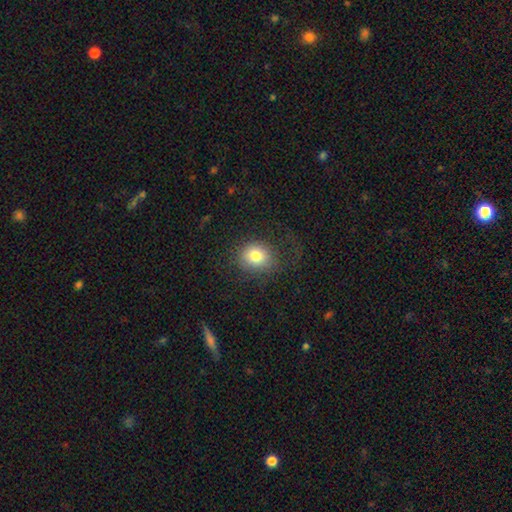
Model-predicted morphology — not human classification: This appears to be a smooth galaxy with no disk features (77%) that is round (69%). Merging: none (67%).